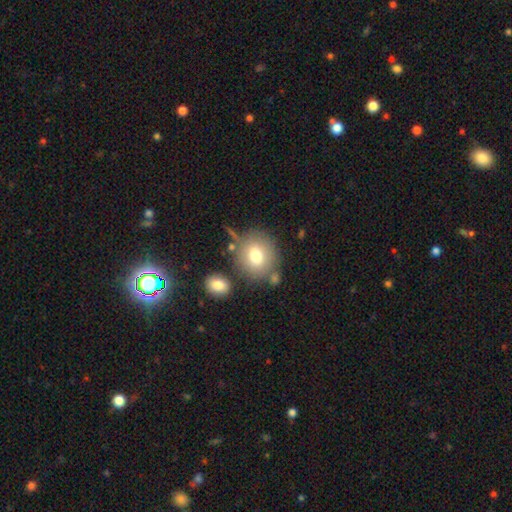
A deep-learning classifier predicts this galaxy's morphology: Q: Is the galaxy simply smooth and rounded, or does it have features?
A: smooth — 74%.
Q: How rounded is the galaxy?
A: round — 77%.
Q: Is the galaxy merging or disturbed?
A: none — 70%.